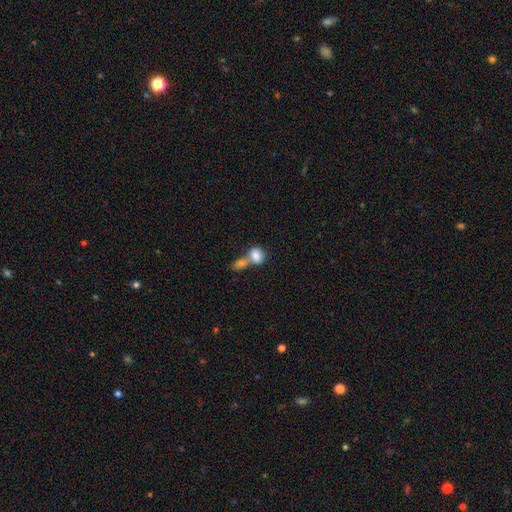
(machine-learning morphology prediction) Smooth or featured? smooth (83%)
How rounded? in between (63%)
Merging? merger (64%)